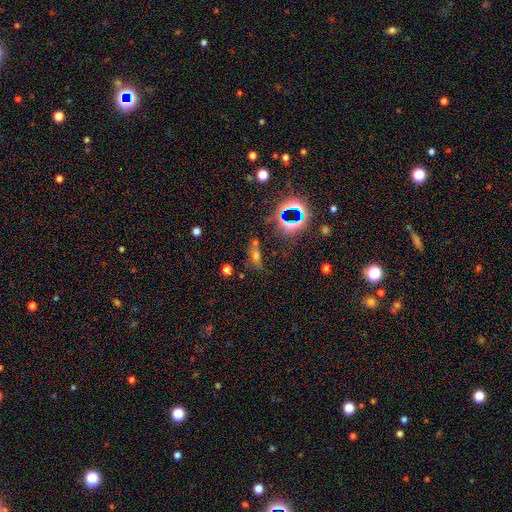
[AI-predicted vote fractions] Q: Smooth or featured?
A: smooth (48%); runner-up: star or artifact (32%)
Q: Merging?
A: none (54%); runner-up: merger (17%)